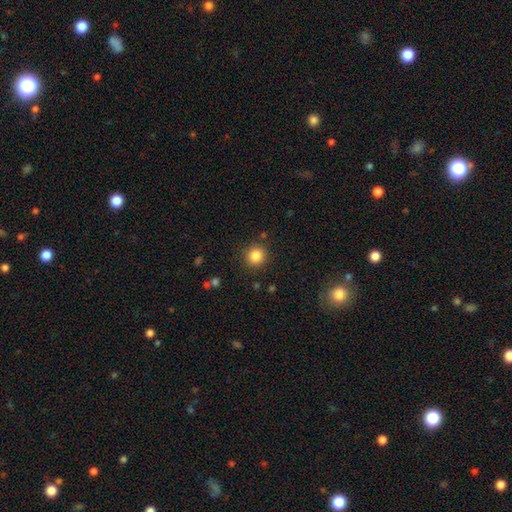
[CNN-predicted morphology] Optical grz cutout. It shows a smooth galaxy with no disk features (84%) that is round (89%). Merging: none (87%).